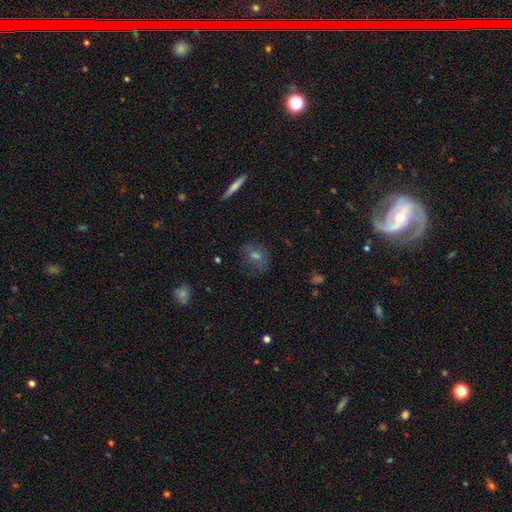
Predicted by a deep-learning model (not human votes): Smooth or featured: smooth — 47% (featured or disk — 35%)
Merging: none — 71% (minor disturbance — 18%)